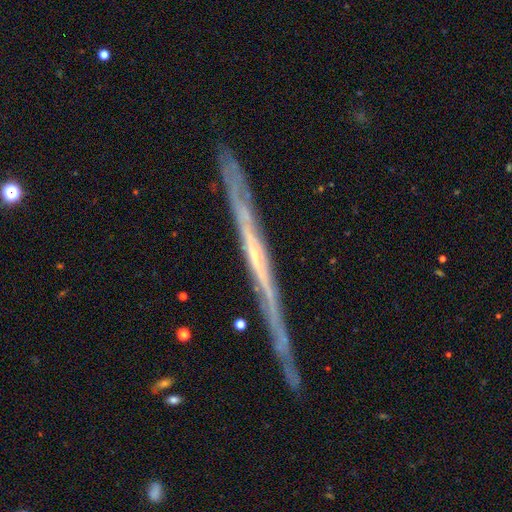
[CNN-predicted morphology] Smooth or featured? Predicted: featured or disk (p=0.78). Edge-on disk? Predicted: yes (p=0.96). Edge-on bulge? Predicted: none (p=0.72). Merging? Predicted: none (p=0.84).